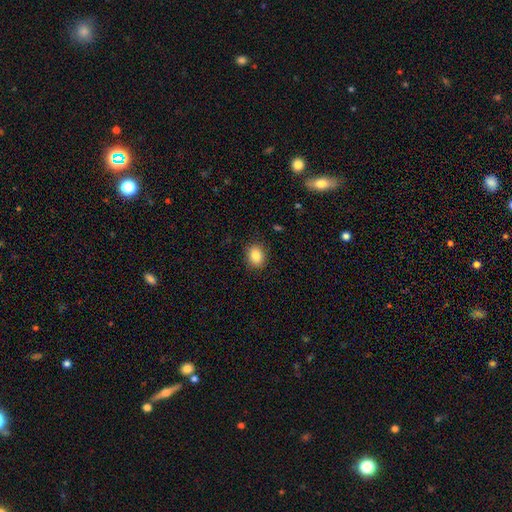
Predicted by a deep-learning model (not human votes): Smooth or featured? smooth (85%)
How rounded? round (52%)
Merging? none (88%)